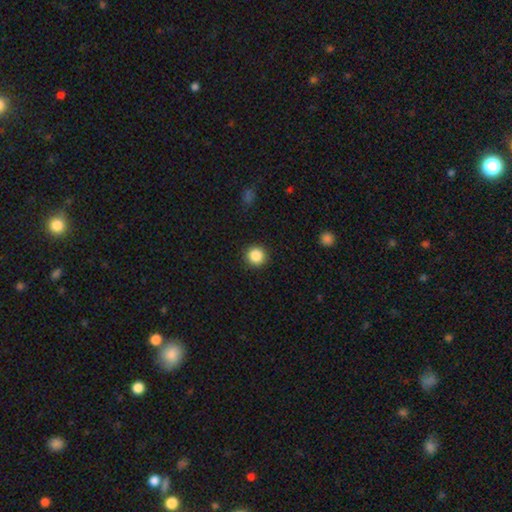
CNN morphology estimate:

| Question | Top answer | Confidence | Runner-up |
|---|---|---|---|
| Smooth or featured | smooth | 87% | star or artifact (10%) |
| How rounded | round | 95% | in between (4%) |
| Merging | none | 92% | minor disturbance (5%) |